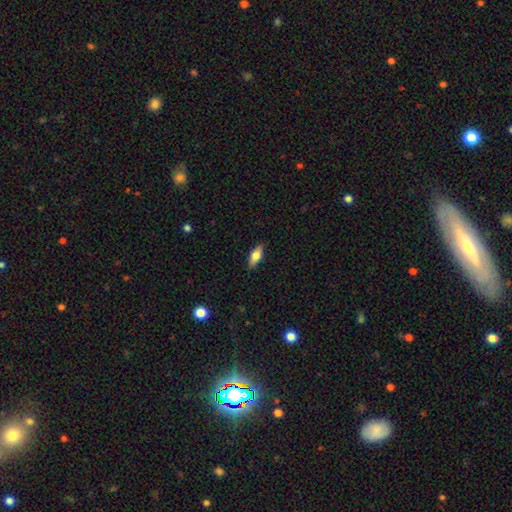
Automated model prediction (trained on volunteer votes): smooth 60%, featured or disk 33%, star or artifact 7%. Down the decision tree: how rounded — in between (65%); merging — none (87%).